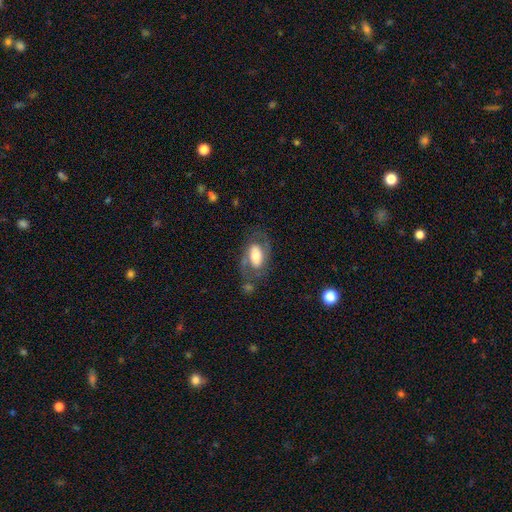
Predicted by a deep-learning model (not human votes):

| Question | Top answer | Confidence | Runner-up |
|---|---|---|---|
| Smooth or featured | featured or disk | 53% | smooth (40%) |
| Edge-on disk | no | 92% | yes (8%) |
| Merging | none | 57% | minor disturbance (20%) |